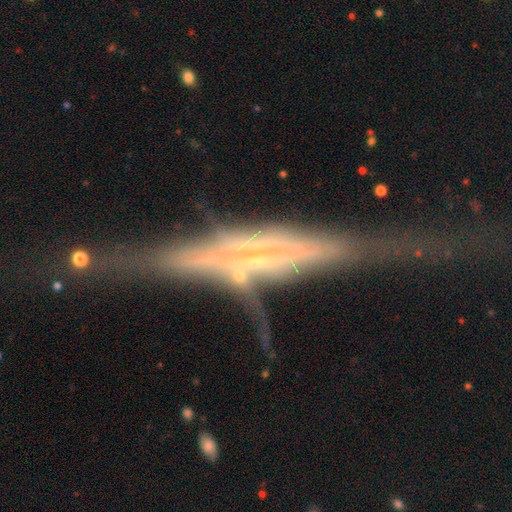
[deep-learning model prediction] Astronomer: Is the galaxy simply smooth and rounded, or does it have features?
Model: featured or disk — 80%.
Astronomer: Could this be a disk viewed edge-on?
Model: yes — 91%.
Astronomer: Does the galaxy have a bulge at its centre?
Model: rounded — 43% (runner-up: boxy, 30%).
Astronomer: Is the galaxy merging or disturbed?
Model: none — 56%.